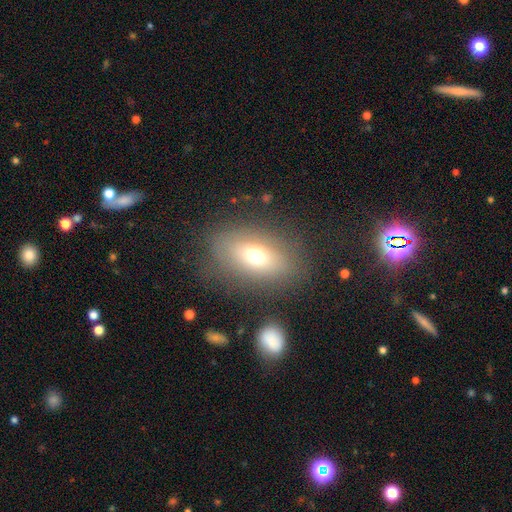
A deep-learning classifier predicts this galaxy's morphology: This appears to be a smooth galaxy with no disk features (67%) that is in between round and cigar-shaped (83%). Merging: none (77%).